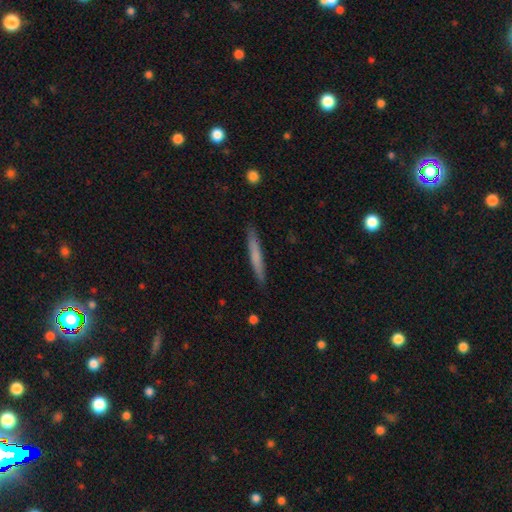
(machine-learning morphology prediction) This is likely a smooth galaxy (66%). How rounded: clearly cigar-shaped (96%). Merging: clearly none (89%).